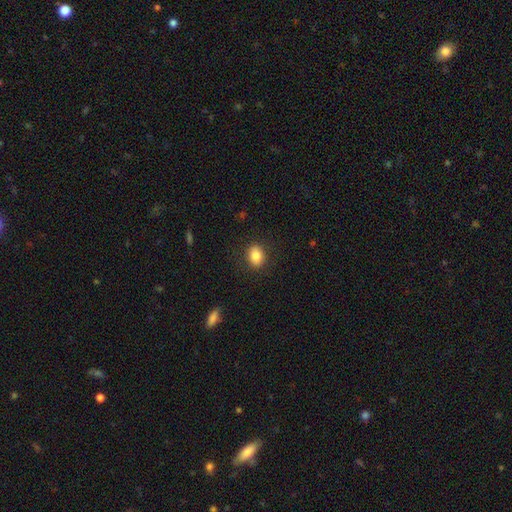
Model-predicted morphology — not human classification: smooth 84%, star or artifact 9%, featured or disk 7%. Down the decision tree: how rounded — in between (61%); merging — none (87%).